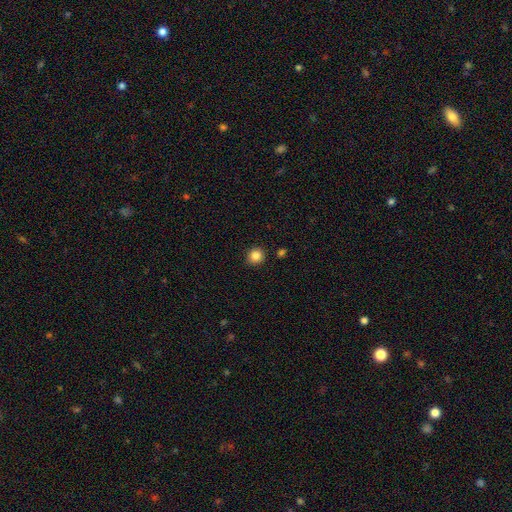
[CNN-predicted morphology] Overall: smooth (85%). How rounded: round (89%). Merging: none (90%).